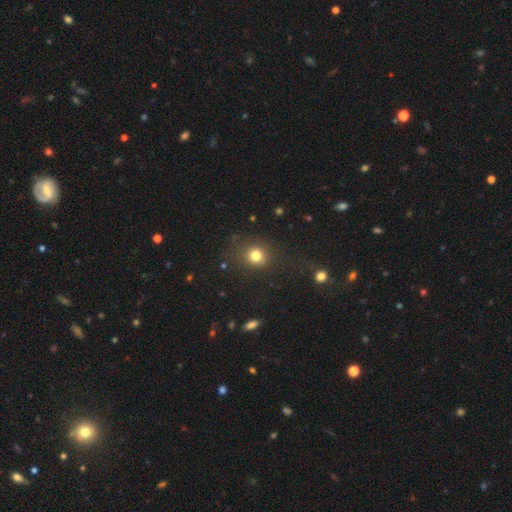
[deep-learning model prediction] This appears to be a smooth galaxy with no disk features (80%) that is round (85%). Merging: none (82%).